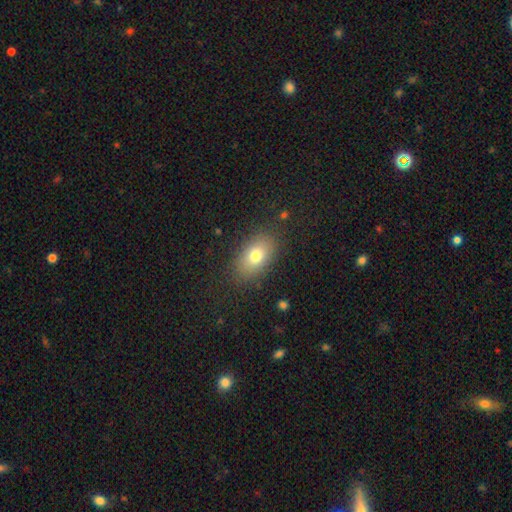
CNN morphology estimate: Smooth or featured?
  - smooth: 75% *
  - featured or disk: 15%
  - star or artifact: 10%
How rounded?
  - in between: 86% *
  - round: 11%
  - cigar-shaped: 3%
Merging?
  - none: 84% *
  - minor disturbance: 11%
  - major disturbance: 4%
  - merger: 1%